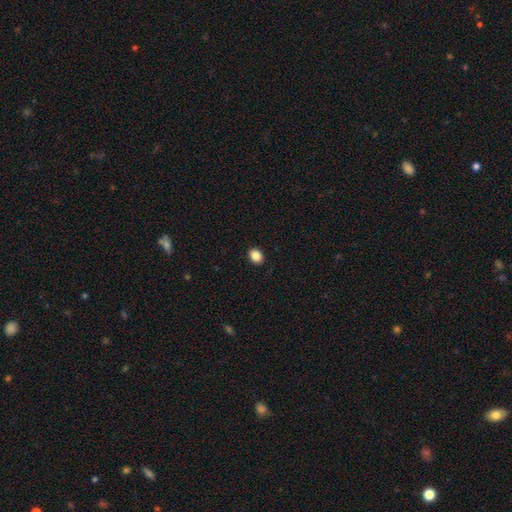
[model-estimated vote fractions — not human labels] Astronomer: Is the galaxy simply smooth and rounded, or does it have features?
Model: smooth — 88%.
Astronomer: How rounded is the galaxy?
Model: in between — 58% (runner-up: round, 41%).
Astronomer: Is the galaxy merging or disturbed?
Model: none — 91%.